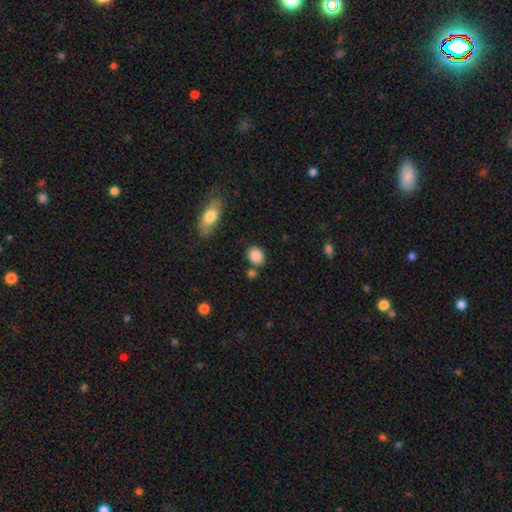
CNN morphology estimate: This is clearly a smooth galaxy (87%). How rounded: possibly round (55%). Merging: likely none (74%).